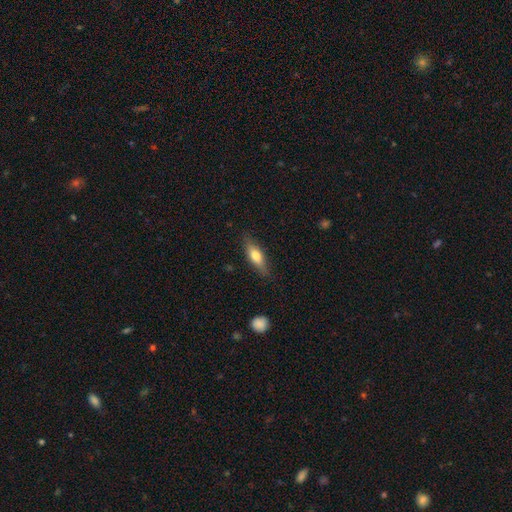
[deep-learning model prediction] Smooth or featured? Predicted: smooth (p=0.64). How rounded? Predicted: in between (p=0.49). Merging? Predicted: none (p=0.82).